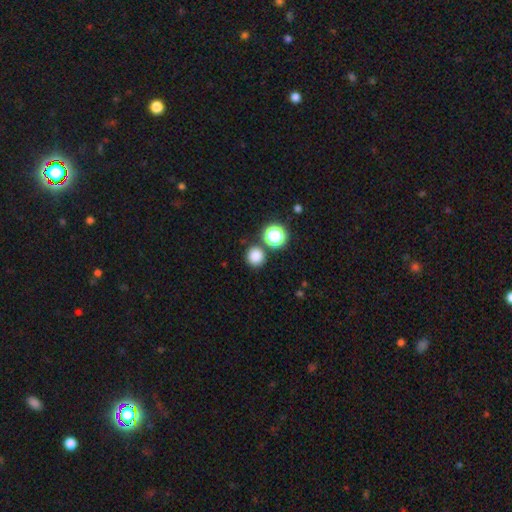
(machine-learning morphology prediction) The model was most divided on "smooth or featured": smooth: 80%, star or artifact: 15%, featured or disk: 5%. More confident: how rounded — round (93%); merging — none (82%).